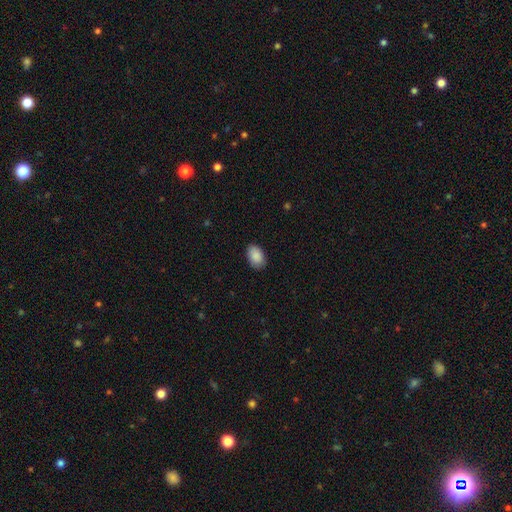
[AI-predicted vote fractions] A smooth galaxy with no disk features (89%) that is in between round and cigar-shaped (90%).

Vote fractions:
- Smooth or featured? smooth: 89% / star or artifact: 6% / featured or disk: 4%
- How rounded? in between: 90% / round: 9% / cigar-shaped: 1%
- Merging? none: 87% / minor disturbance: 10% / major disturbance: 2% / merger: 1%